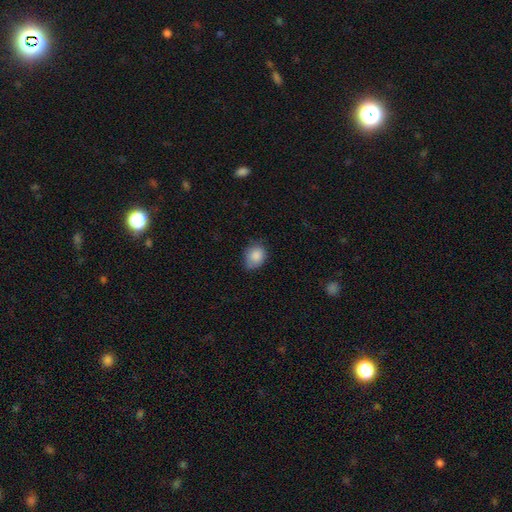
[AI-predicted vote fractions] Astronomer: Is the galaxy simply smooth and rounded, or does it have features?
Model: smooth — 86%.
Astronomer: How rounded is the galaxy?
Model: round — 51% (runner-up: in between, 48%).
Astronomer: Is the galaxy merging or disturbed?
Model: none — 64%.